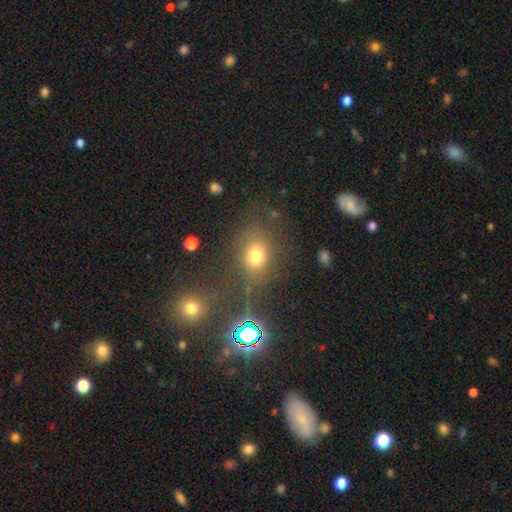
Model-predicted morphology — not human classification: Overall: smooth (68%). How rounded: round (52%; in between 46%). Merging: none (70%).